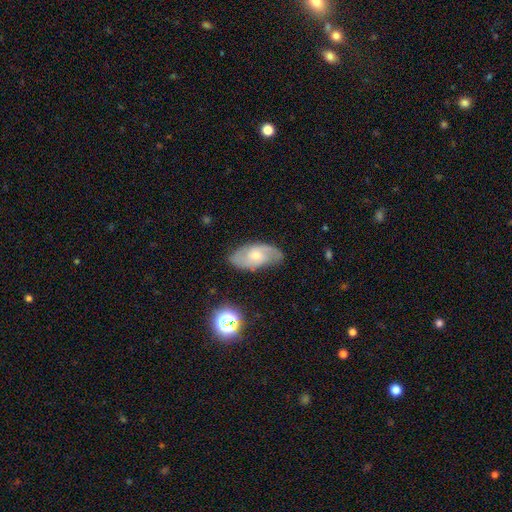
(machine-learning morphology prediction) A featured or disk galaxy (65%) with no bar (58%), 2 (76%) medium (47%) spiral arms (88%) and a small central bulge (48%). Merging: none (75%).